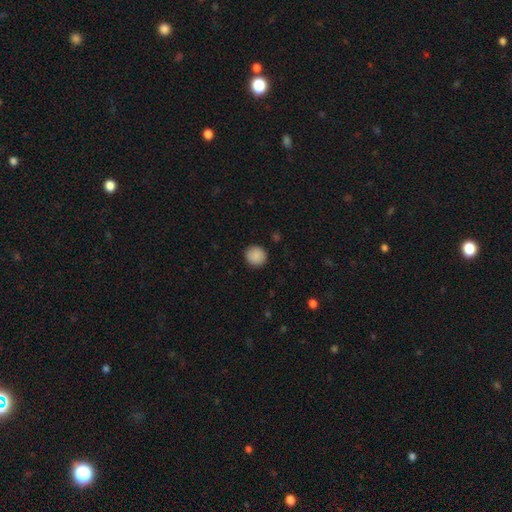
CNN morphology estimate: Smooth or featured: smooth — 89% (star or artifact — 8%)
How rounded: round — 92% (in between — 7%)
Merging: none — 90% (minor disturbance — 7%)